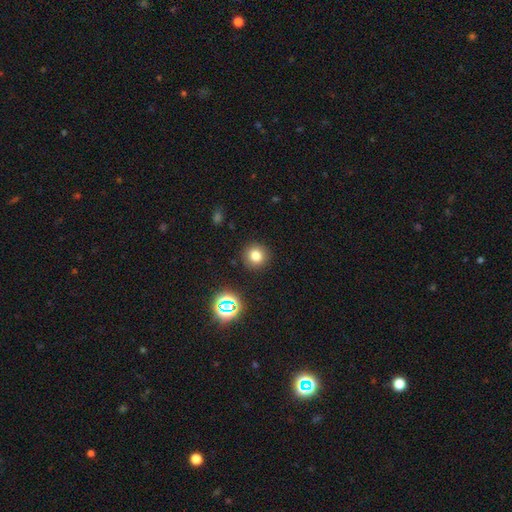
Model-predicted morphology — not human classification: A smooth galaxy with no disk features (75%) that is round (91%). Merging: none (90%).